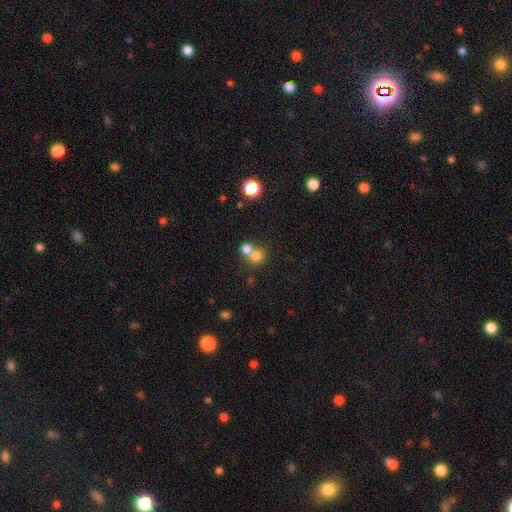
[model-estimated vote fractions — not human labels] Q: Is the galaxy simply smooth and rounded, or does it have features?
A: smooth — 75%.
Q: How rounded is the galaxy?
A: round — 83%.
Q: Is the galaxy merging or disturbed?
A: merger — 48%.